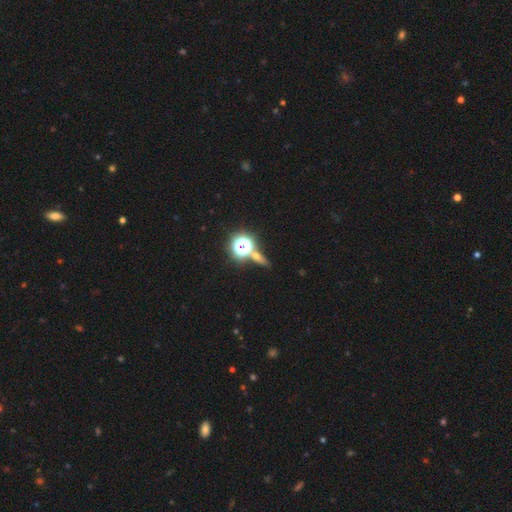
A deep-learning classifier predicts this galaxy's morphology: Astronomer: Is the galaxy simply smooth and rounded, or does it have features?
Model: star or artifact — 45% (runner-up: smooth, 40%).